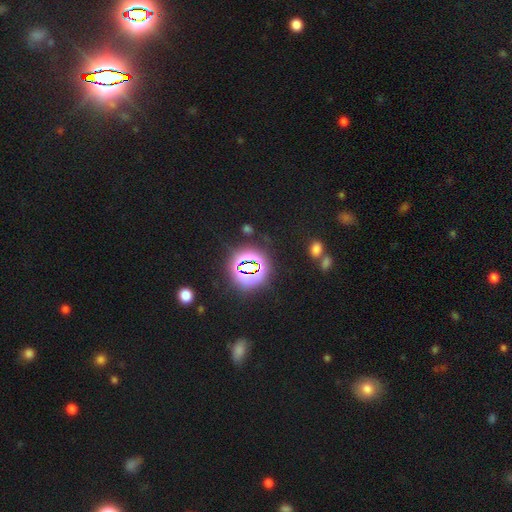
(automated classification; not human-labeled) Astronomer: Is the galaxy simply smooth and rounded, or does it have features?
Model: star or artifact — 82%.